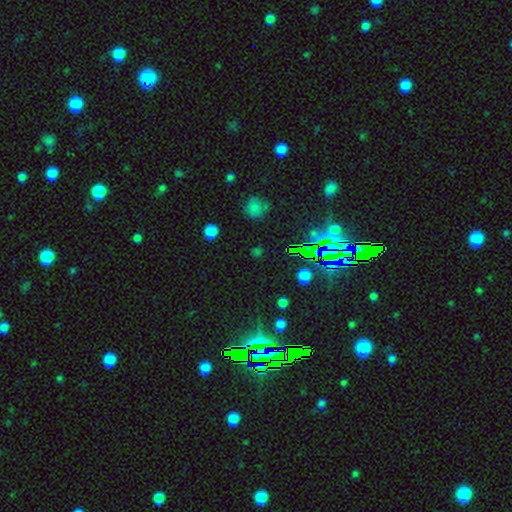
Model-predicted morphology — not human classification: Smooth or featured: star or artifact — 64% (smooth — 27%)